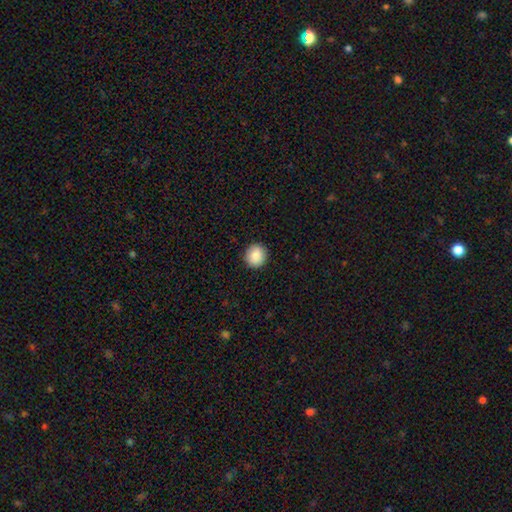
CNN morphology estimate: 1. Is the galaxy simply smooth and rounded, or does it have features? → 88% smooth, 8% star or artifact, 4% featured or disk.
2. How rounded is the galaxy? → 91% round, 8% in between, 1% cigar-shaped.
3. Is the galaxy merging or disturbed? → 92% none, 5% minor disturbance, 2% major disturbance, 1% merger.